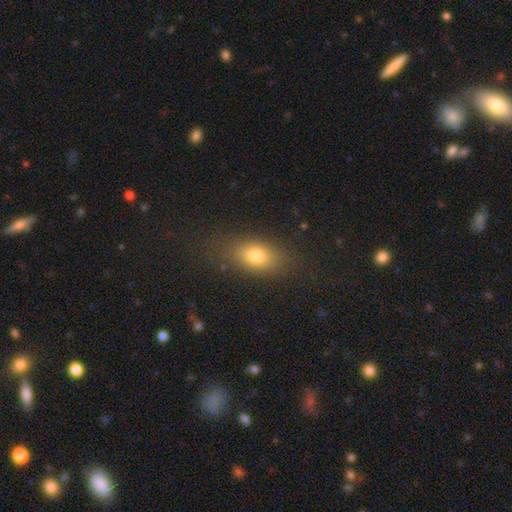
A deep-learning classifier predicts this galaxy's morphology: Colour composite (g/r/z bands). It shows a smooth galaxy with no disk features (79%) that is in between round and cigar-shaped (81%). Merging: none (77%).